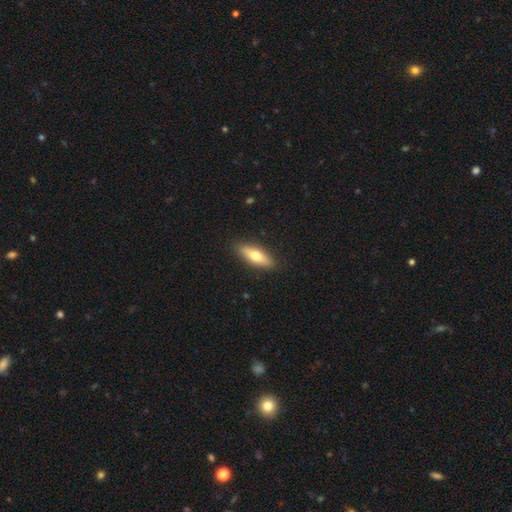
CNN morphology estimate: The model was most divided on "how rounded": in between: 51%, cigar-shaped: 47%, round: 3%. More confident: merging — none (89%); smooth or featured — smooth (63%).